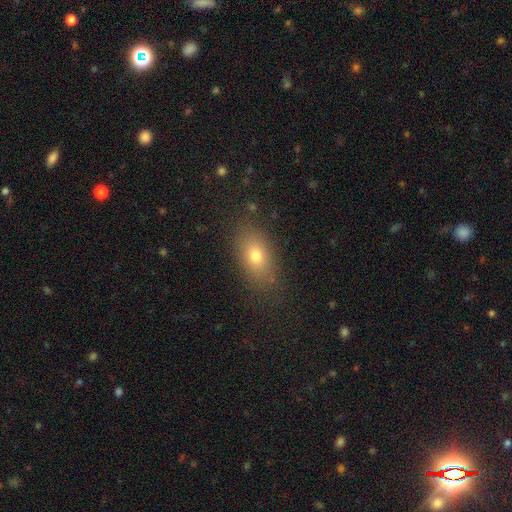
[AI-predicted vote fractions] A smooth galaxy with no disk features (74%) that is in between round and cigar-shaped (83%). Merging: none (82%).